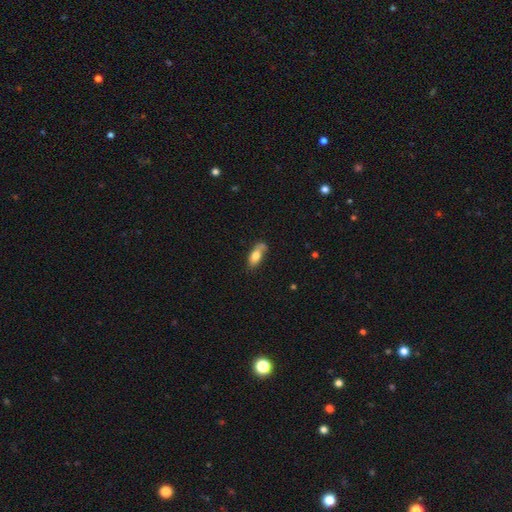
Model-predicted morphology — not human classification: Q: Smooth or featured?
A: smooth (73%); runner-up: featured or disk (20%)
Q: How rounded?
A: in between (79%); runner-up: cigar-shaped (18%)
Q: Merging?
A: none (55%); runner-up: minor disturbance (28%)